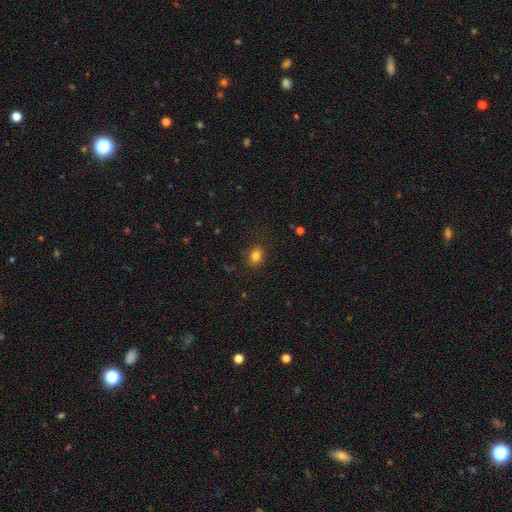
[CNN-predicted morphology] The model was most divided on "how rounded": in between: 54%, round: 45%, cigar-shaped: 1%. More confident: merging — none (84%); smooth or featured — smooth (81%).